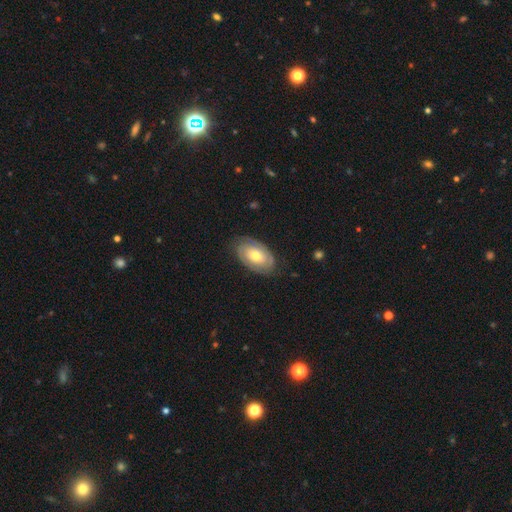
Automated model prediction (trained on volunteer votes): featured or disk 63%, smooth 31%, star or artifact 6%. Down the decision tree: edge-on disk — no (94%); bar — no (78%); spiral arms — yes (76%); bulge size — moderate (66%); merging — none (79%).